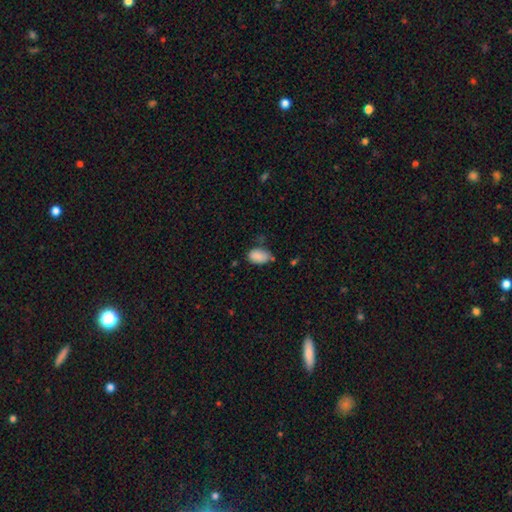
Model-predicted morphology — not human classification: Smooth or featured?
  - smooth: 87% *
  - star or artifact: 8%
  - featured or disk: 5%
How rounded?
  - in between: 89% *
  - round: 9%
  - cigar-shaped: 1%
Merging?
  - none: 58% *
  - minor disturbance: 31%
  - major disturbance: 6%
  - merger: 5%